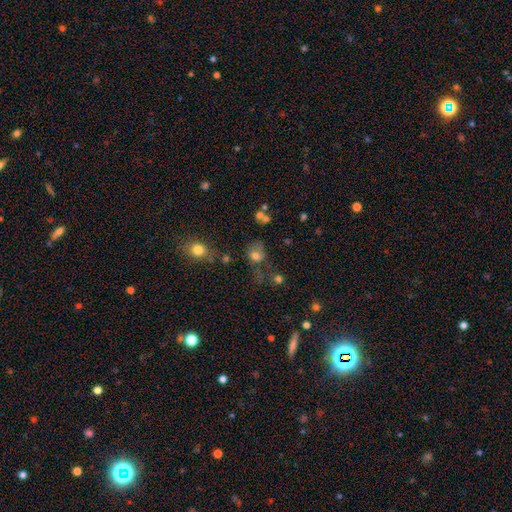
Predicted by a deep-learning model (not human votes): Smooth or featured: smooth — 70% (star or artifact — 16%)
How rounded: round — 56% (in between — 42%)
Merging: none — 39% (major disturbance — 24%)